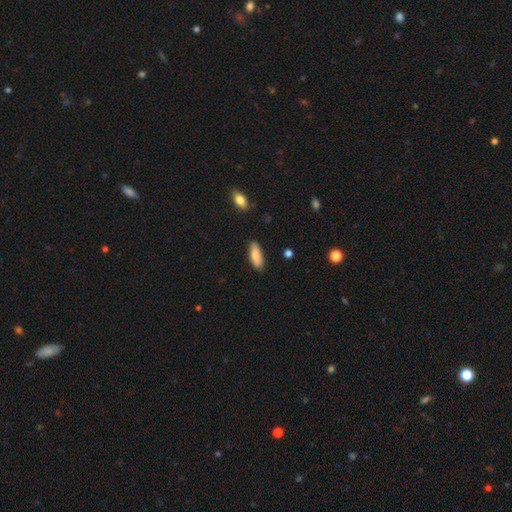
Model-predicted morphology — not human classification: Smooth or featured? Predicted: smooth (p=0.83). How rounded? Predicted: in between (p=0.72). Merging? Predicted: none (p=0.84).